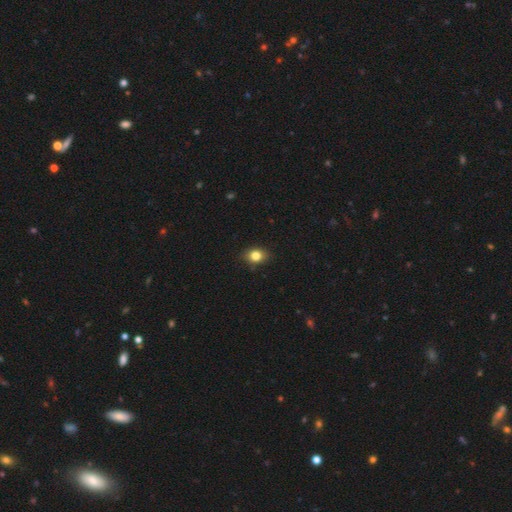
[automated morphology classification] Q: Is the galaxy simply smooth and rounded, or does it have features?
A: smooth — 82%.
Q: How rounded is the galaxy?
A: in between — 57%.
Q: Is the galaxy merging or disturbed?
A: none — 86%.